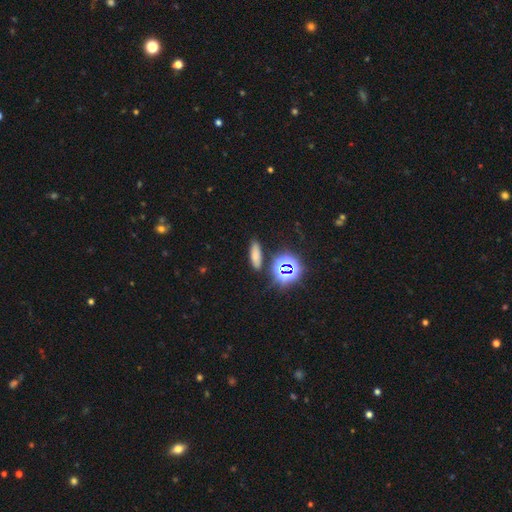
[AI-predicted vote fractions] Smooth or featured? Predicted: smooth (p=0.67). How rounded? Predicted: in between (p=0.48). Merging? Predicted: none (p=0.84).